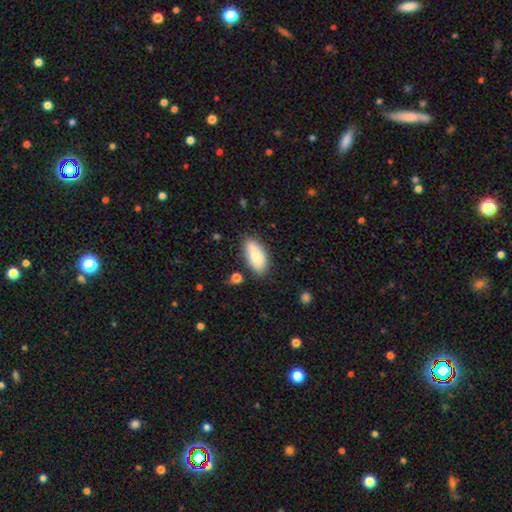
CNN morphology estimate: A smooth galaxy with no disk features (84%) that is in between round and cigar-shaped (93%). Merging: none (79%).